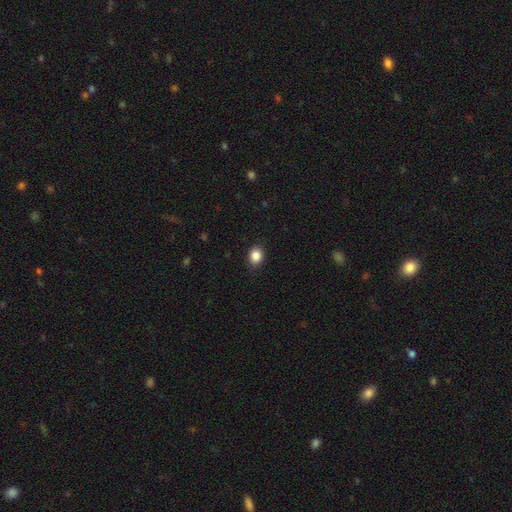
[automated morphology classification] A smooth galaxy with no disk features (87%) that is round (52%).

Vote fractions:
- Smooth or featured? smooth: 87% / star or artifact: 9% / featured or disk: 4%
- How rounded? round: 52% / in between: 47% / cigar-shaped: 1%
- Merging? none: 88% / minor disturbance: 9% / major disturbance: 2% / merger: 1%